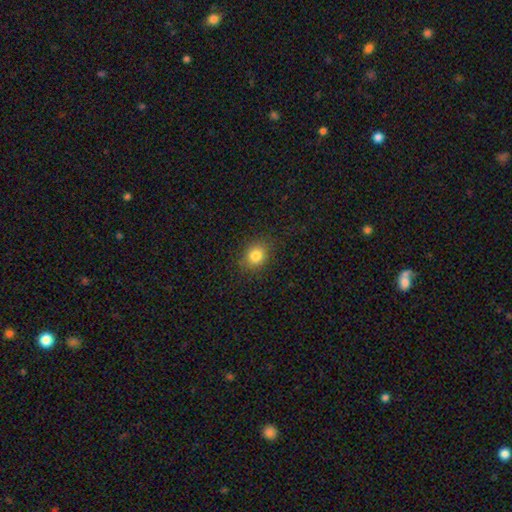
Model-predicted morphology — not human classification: smooth_or_featured: smooth (p=0.82) [alt: star or artifact p=0.11]
how_rounded: round (p=0.58) [alt: in between p=0.41]
merging: none (p=0.86) [alt: minor disturbance p=0.10]